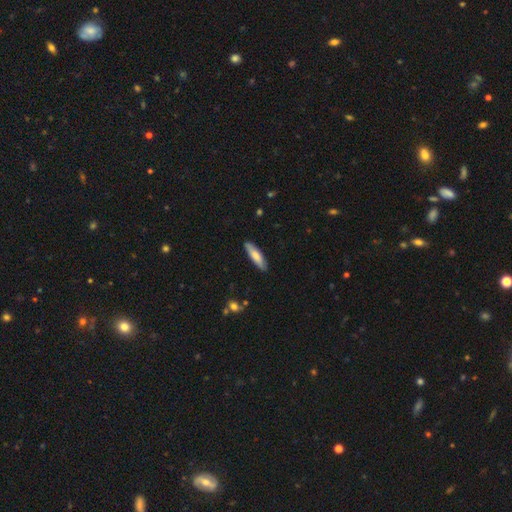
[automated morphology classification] Overall: smooth (71%). How rounded: cigar-shaped (69%; in between 30%). Merging: none (87%).